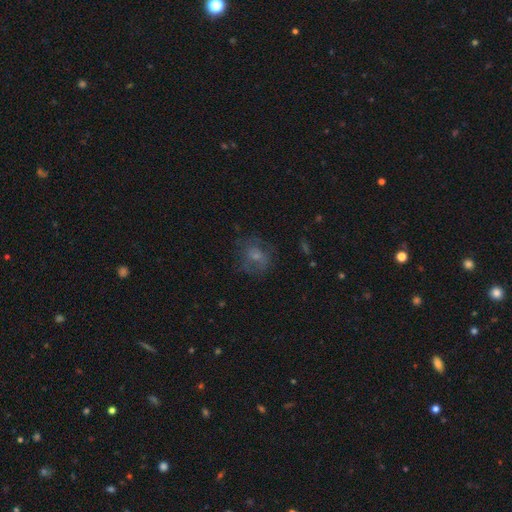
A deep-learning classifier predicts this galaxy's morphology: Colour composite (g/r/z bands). It shows a smooth galaxy with no disk features (49%). Merging: none (58%).